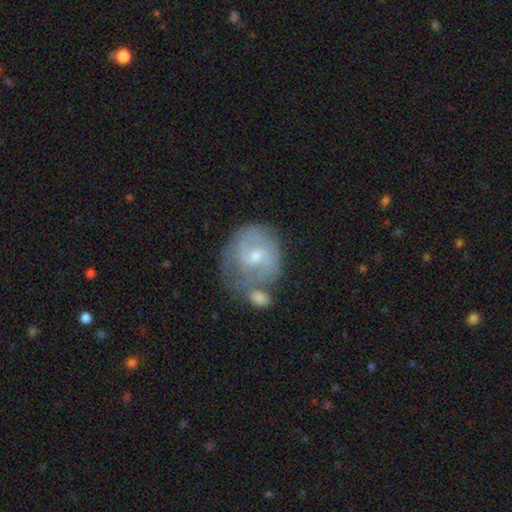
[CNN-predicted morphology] type=featured or disk (75%); edge-on=no (98%); bar=weak (52%); spiral arms=yes (90%); winding=tight (45%); arm count=2 (55%); bulge=small (52%); merging=none (43%).